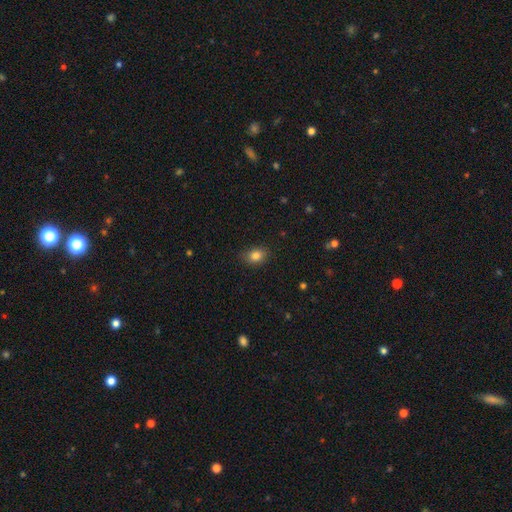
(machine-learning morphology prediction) A smooth galaxy with no disk features (83%) that is in between round and cigar-shaped (69%).

Vote fractions:
- Smooth or featured? smooth: 83% / star or artifact: 10% / featured or disk: 7%
- How rounded? in between: 69% / round: 29% / cigar-shaped: 1%
- Merging? none: 83% / minor disturbance: 13% / major disturbance: 3% / merger: 1%